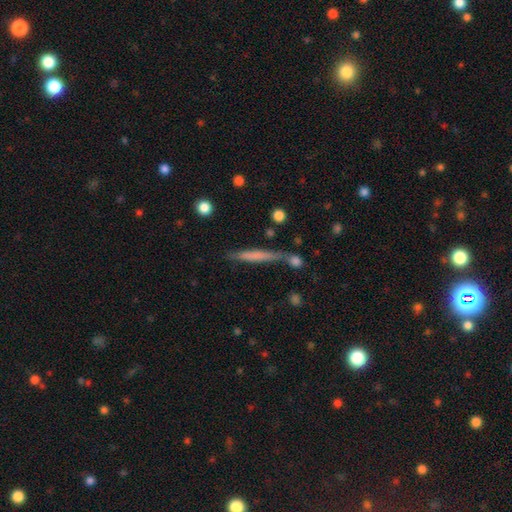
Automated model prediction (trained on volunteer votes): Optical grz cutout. It shows a smooth galaxy with no disk features (56%) that is cigar-shaped (94%). Merging: none (67%).